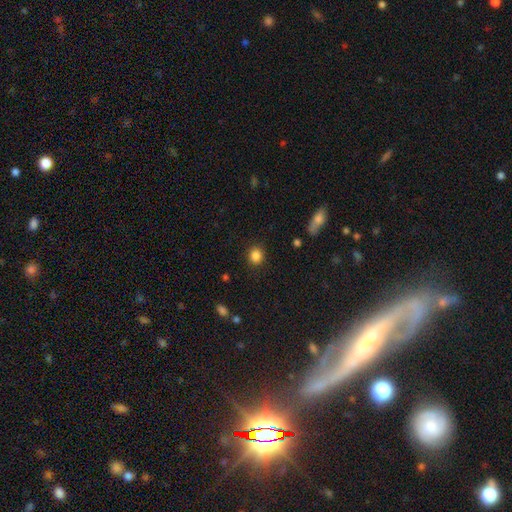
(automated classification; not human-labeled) smooth-or-featured: smooth: 85% | star or artifact: 11% | featured or disk: 4%
  how-rounded: round: 86% | in between: 13% | cigar-shaped: 1%
  merging: none: 89% | minor disturbance: 7% | major disturbance: 2% | merger: 1%